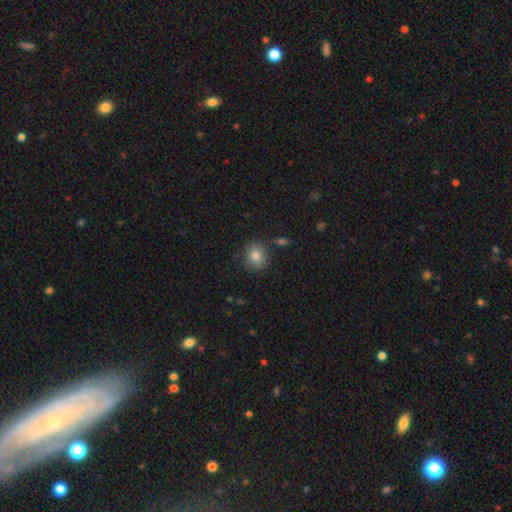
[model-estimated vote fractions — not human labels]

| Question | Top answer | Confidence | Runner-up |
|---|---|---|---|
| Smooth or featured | smooth | 82% | star or artifact (10%) |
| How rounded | round | 67% | in between (32%) |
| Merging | none | 83% | minor disturbance (10%) |